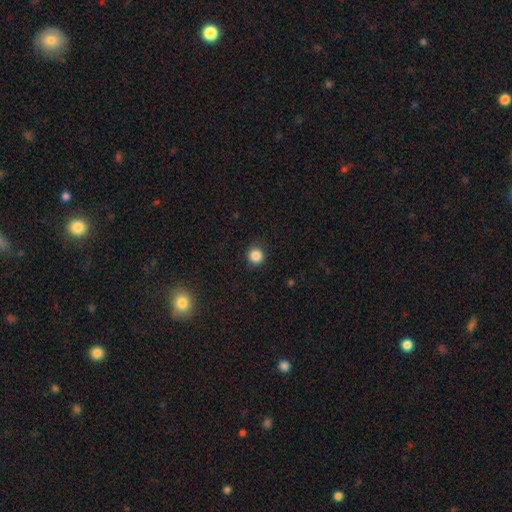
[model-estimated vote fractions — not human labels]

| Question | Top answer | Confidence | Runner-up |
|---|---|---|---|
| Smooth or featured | smooth | 85% | star or artifact (11%) |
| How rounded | round | 94% | in between (5%) |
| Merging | none | 91% | minor disturbance (6%) |